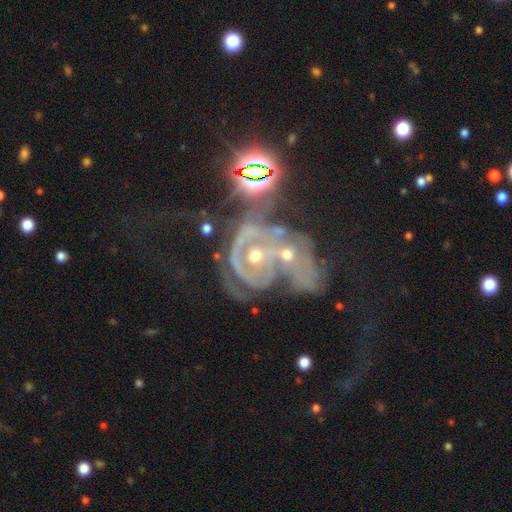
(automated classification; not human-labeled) A featured or disk galaxy (76%) with no bar (67%), 2 (43%) tight (49%) spiral arms (83%) and a moderate central bulge (48%). Merging: merger (61%).